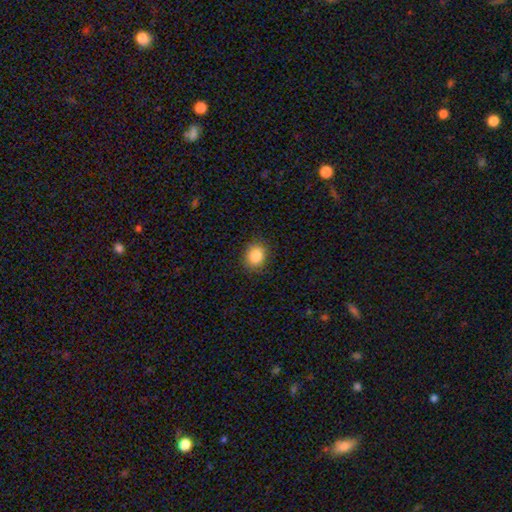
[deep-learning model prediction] smooth-or-featured: smooth: 85% | star or artifact: 10% | featured or disk: 6%
  how-rounded: round: 68% | in between: 32% | cigar-shaped: 1%
  merging: none: 87% | minor disturbance: 10% | major disturbance: 3% | merger: 1%